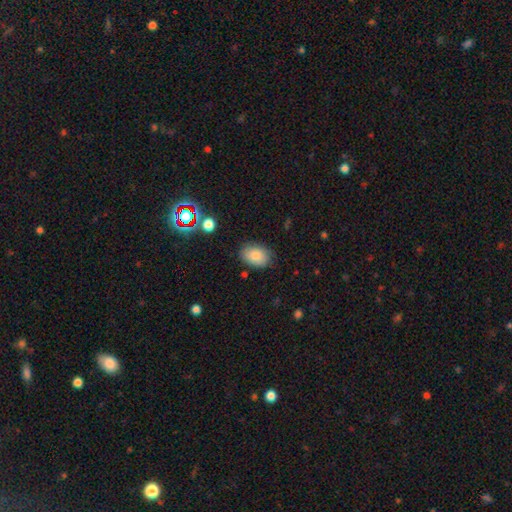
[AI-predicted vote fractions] A smooth galaxy with no disk features (82%) that is in between round and cigar-shaped (82%).

Vote fractions:
- Smooth or featured? smooth: 82% / featured or disk: 9% / star or artifact: 9%
- How rounded? in between: 82% / round: 17% / cigar-shaped: 1%
- Merging? none: 80% / minor disturbance: 15% / major disturbance: 4% / merger: 2%